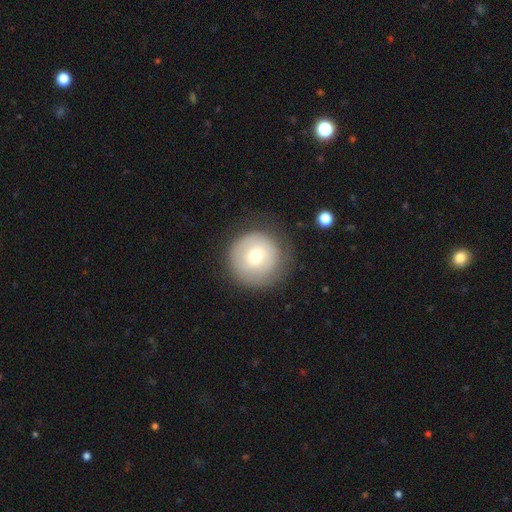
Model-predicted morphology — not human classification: Smooth or featured?
  - smooth: 65% *
  - featured or disk: 27%
  - star or artifact: 8%
How rounded?
  - round: 95% *
  - in between: 4%
  - cigar-shaped: 1%
Merging?
  - none: 75% *
  - minor disturbance: 17%
  - major disturbance: 7%
  - merger: 2%